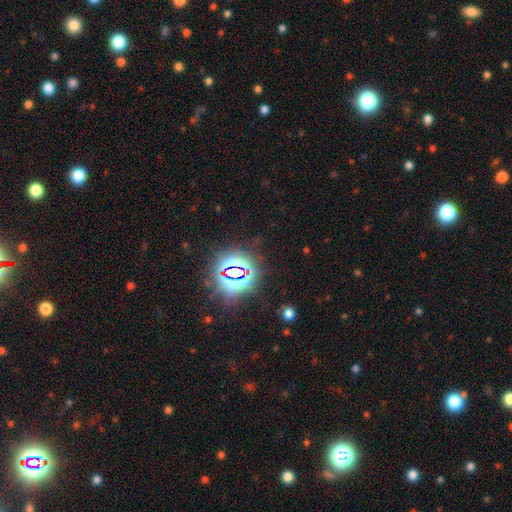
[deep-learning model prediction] smooth-or-featured: star or artifact: 82% | smooth: 11% | featured or disk: 7%